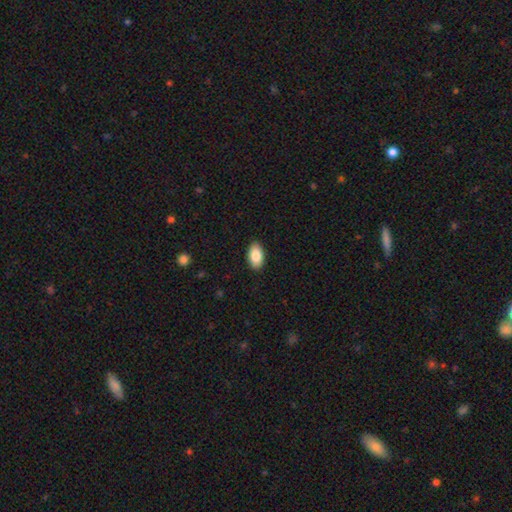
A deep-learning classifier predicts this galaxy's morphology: smooth_or_featured: smooth (p=0.87) [alt: star or artifact p=0.07]
how_rounded: in between (p=0.95) [alt: round p=0.03]
merging: none (p=0.90) [alt: minor disturbance p=0.08]